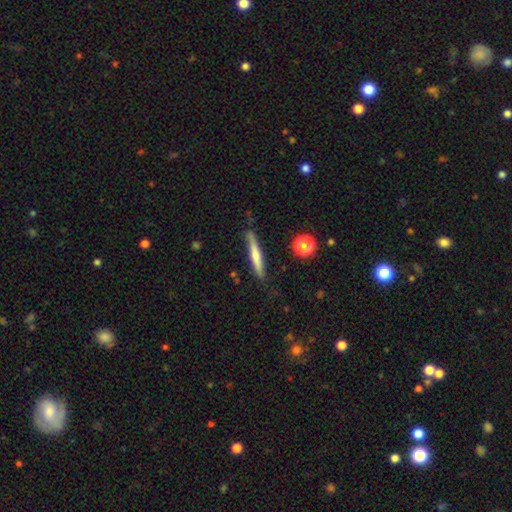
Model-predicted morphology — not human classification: smooth_or_featured: featured or disk (p=0.49) [alt: smooth p=0.45]
merging: none (p=0.79) [alt: minor disturbance p=0.16]